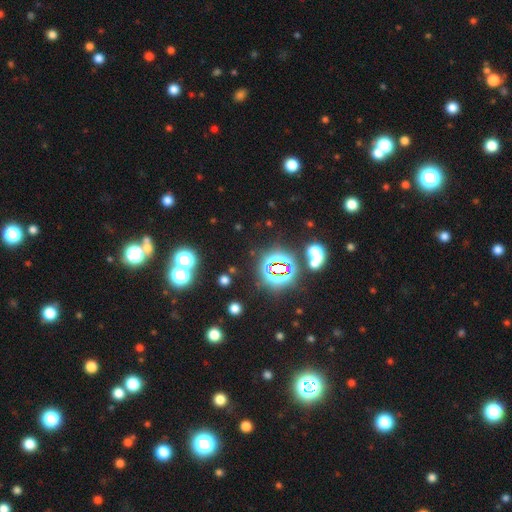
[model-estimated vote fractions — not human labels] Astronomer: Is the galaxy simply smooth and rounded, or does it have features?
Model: star or artifact — 75%.